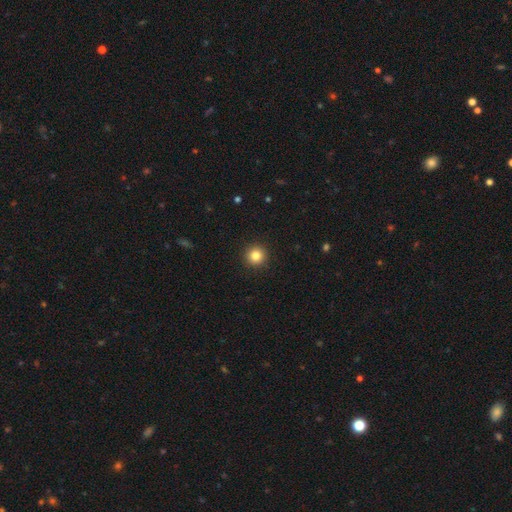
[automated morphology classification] type=smooth (84%); roundness=round (96%); merging=none (93%).